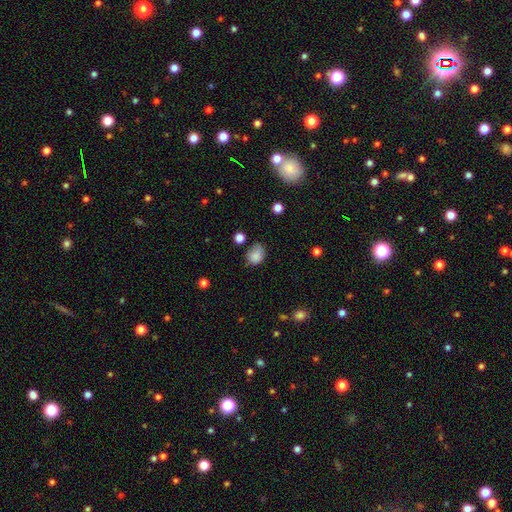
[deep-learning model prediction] A smooth galaxy with no disk features (83%) that is in between round and cigar-shaped (50%).

Vote fractions:
- Smooth or featured? smooth: 83% / star or artifact: 11% / featured or disk: 7%
- How rounded? in between: 50% / round: 48% / cigar-shaped: 1%
- Merging? none: 50% / minor disturbance: 35% / major disturbance: 11% / merger: 4%